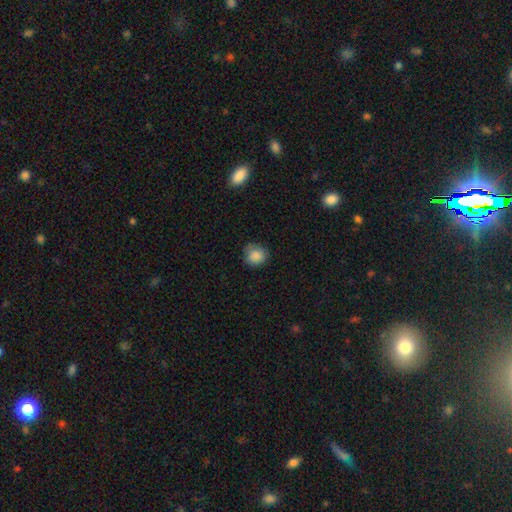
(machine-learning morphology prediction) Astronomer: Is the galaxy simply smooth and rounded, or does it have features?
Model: smooth — 86%.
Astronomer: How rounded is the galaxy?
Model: round — 85%.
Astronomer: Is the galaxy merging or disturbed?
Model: none — 73%.